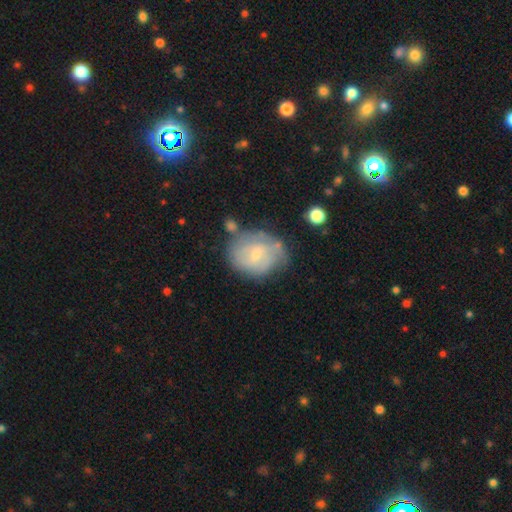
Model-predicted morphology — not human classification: Q: Smooth or featured?
A: featured or disk (56%); runner-up: smooth (37%)
Q: Edge-on disk?
A: no (97%); runner-up: yes (3%)
Q: Bar?
A: no (47%); runner-up: weak (46%)
Q: Spiral arms?
A: yes (69%); runner-up: no (31%)
Q: Bulge size?
A: small (69%); runner-up: moderate (25%)
Q: Merging?
A: none (55%); runner-up: minor disturbance (27%)